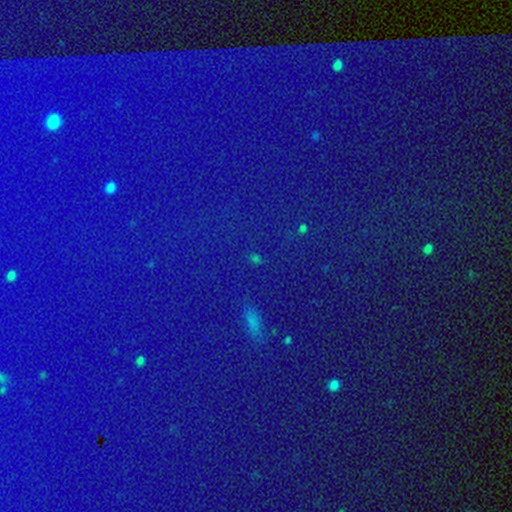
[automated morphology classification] Smooth or featured: star or artifact — 71% (smooth — 19%)